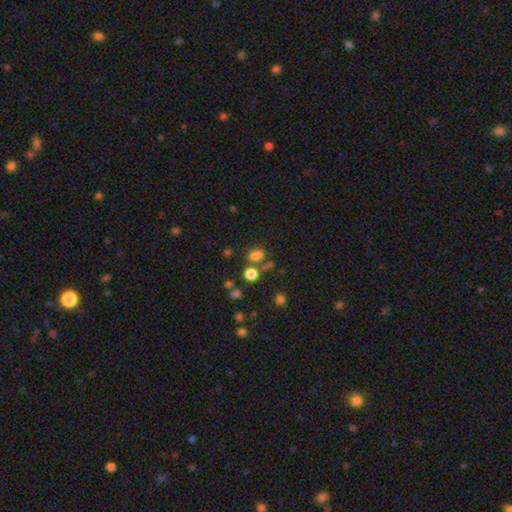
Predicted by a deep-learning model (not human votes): Overall: smooth (70%). How rounded: in between (54%; round 44%). Merging: none (57%; merger 22%).